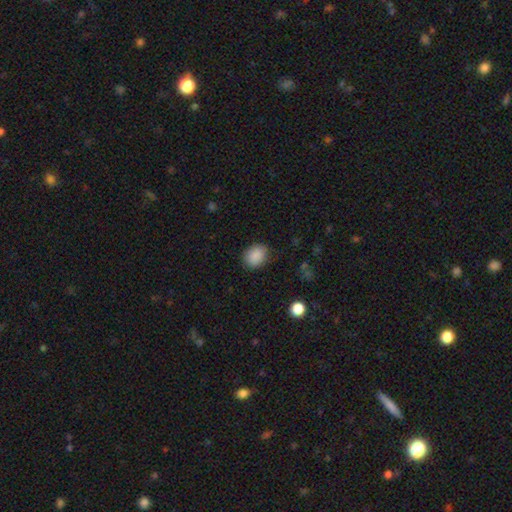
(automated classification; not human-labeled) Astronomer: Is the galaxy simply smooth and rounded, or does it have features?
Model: smooth — 89%.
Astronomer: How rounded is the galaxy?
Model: in between — 53% (runner-up: round, 46%).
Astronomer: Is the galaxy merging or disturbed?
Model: none — 82%.